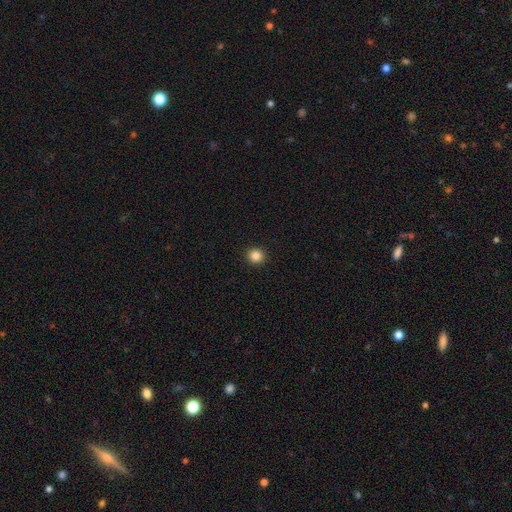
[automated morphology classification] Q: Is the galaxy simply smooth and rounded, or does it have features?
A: smooth — 85%.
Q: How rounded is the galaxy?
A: round — 91%.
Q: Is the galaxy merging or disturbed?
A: none — 93%.